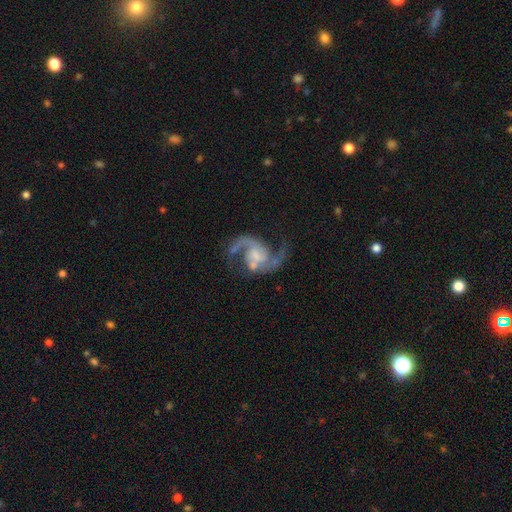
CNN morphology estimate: Smooth or featured: featured or disk — 91% (star or artifact — 5%)
Edge-on disk: no — 98% (yes — 2%)
Bar: no — 47% (weak — 42%)
Spiral arms: yes — 98% (no — 2%)
Spiral winding: medium — 52% (loose — 40%)
Spiral arm count: 2 — 93% (1 — 2%)
Bulge size: small — 32% (none — 31%)
Merging: none — 67% (minor disturbance — 16%)